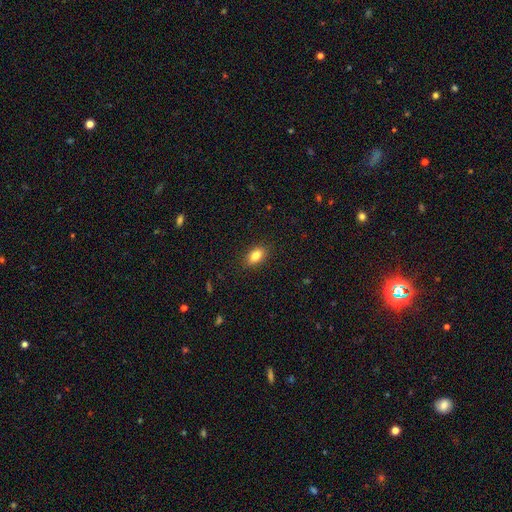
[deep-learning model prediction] A smooth galaxy with no disk features (84%) that is in between round and cigar-shaped (86%).

Vote fractions:
- Smooth or featured? smooth: 84% / star or artifact: 9% / featured or disk: 7%
- How rounded? in between: 86% / round: 11% / cigar-shaped: 3%
- Merging? none: 88% / minor disturbance: 9% / major disturbance: 2% / merger: 1%